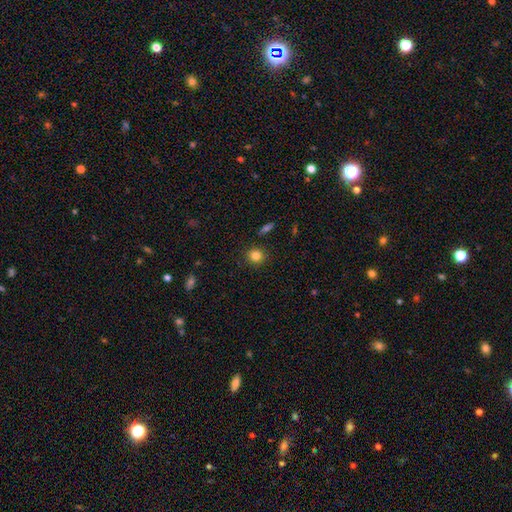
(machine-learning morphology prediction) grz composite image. It shows a smooth galaxy with no disk features (83%) that is round (87%). Merging: none (90%).